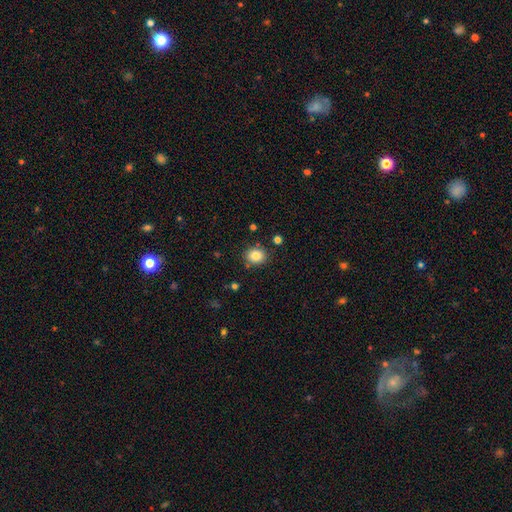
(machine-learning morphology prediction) smooth_or_featured: smooth (p=0.83) [alt: star or artifact p=0.10]
how_rounded: round (p=0.72) [alt: in between p=0.28]
merging: none (p=0.84) [alt: minor disturbance p=0.09]